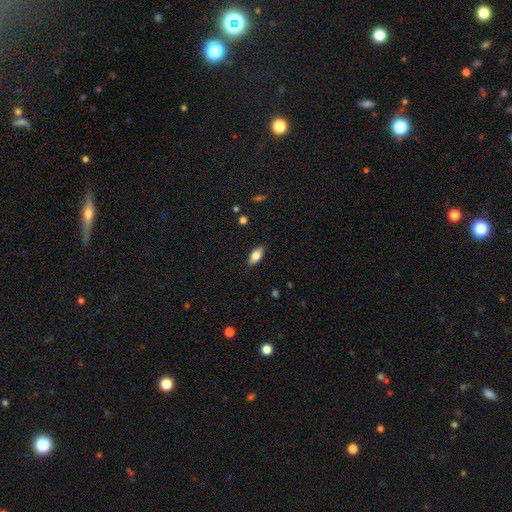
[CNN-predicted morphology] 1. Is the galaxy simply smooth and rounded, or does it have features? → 78% smooth, 15% featured or disk, 7% star or artifact.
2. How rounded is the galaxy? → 88% in between, 9% cigar-shaped, 3% round.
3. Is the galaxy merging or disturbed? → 87% none, 10% minor disturbance, 2% major disturbance, 1% merger.